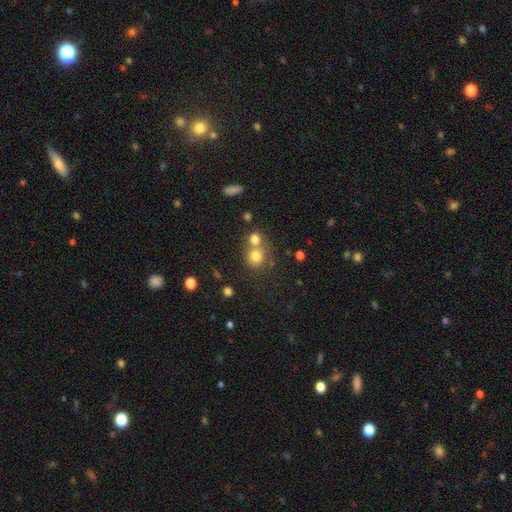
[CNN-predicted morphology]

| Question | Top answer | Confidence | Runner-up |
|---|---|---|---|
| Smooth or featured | smooth | 76% | star or artifact (14%) |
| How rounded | round | 84% | in between (15%) |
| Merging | none | 46% | merger (44%) |